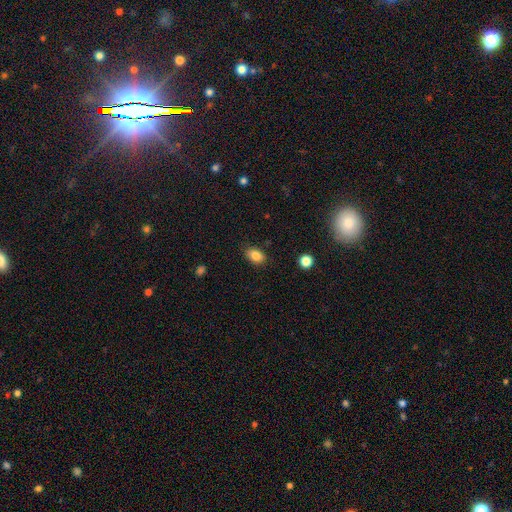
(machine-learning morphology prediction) smooth 84%, star or artifact 9%, featured or disk 6%. Down the decision tree: how rounded — in between (80%); merging — none (85%).